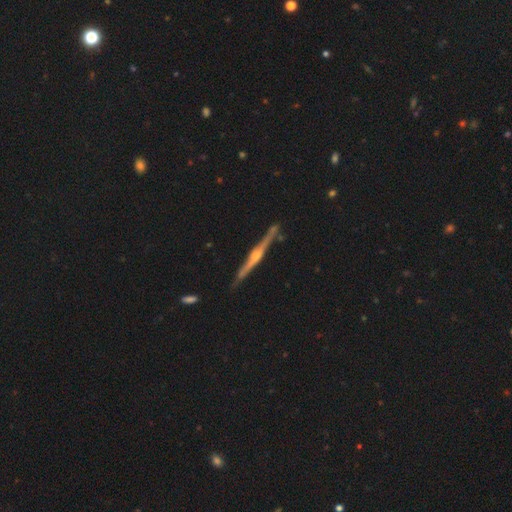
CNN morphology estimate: Overall: featured or disk (87%). Edge-on disk: yes (98%). Edge-on bulge: rounded (89%). Merging: none (86%).